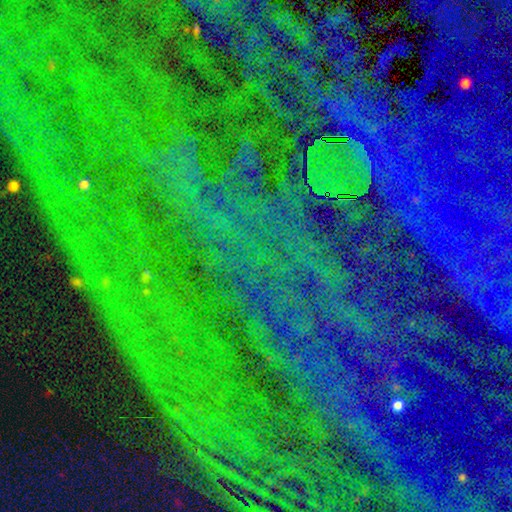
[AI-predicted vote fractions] Smooth or featured: star or artifact — 86% (smooth — 7%)